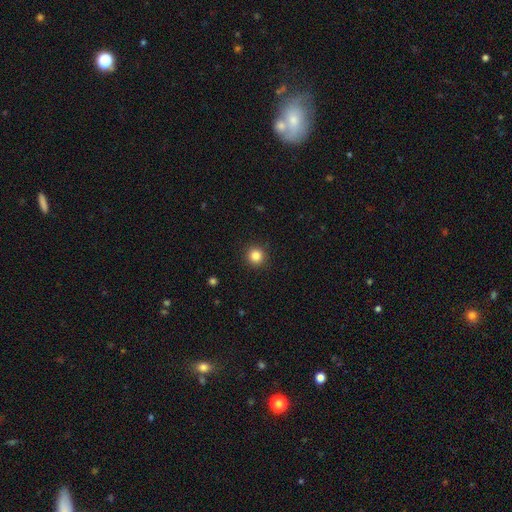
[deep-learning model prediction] A smooth galaxy with no disk features (85%) that is round (94%).

Vote fractions:
- Smooth or featured? smooth: 85% / star or artifact: 11% / featured or disk: 4%
- How rounded? round: 94% / in between: 5% / cigar-shaped: 1%
- Merging? none: 92% / minor disturbance: 5% / major disturbance: 2% / merger: 1%